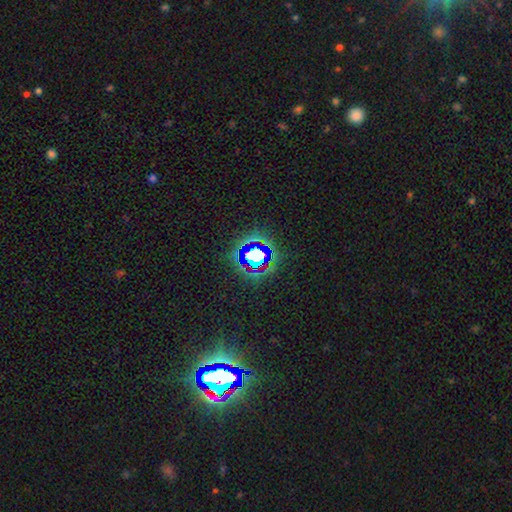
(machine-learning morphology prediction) A star or artifact, not a galaxy (69%).